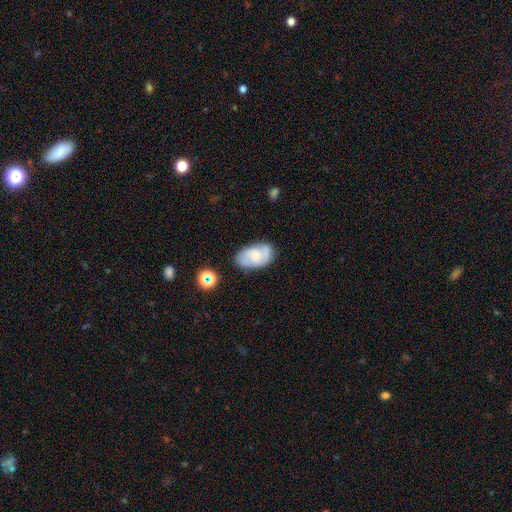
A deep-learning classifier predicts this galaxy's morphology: Smooth or featured?
  - featured or disk: 57% *
  - smooth: 35%
  - star or artifact: 8%
Edge-on disk?
  - no: 96% *
  - yes: 4%
Bar?
  - no: 59% *
  - weak: 36%
  - strong: 5%
Spiral arms?
  - yes: 89% *
  - no: 11%
Bulge size?
  - small: 40% *
  - moderate: 31%
  - none: 19%
  - large: 8%
  - dominant: 2%
Merging?
  - none: 71% *
  - minor disturbance: 20%
  - major disturbance: 5%
  - merger: 4%